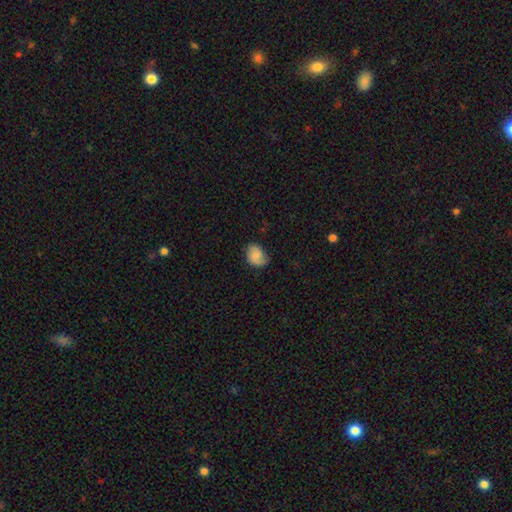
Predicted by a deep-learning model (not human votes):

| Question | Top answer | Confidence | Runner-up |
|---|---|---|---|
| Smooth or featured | smooth | 73% | featured or disk (19%) |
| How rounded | in between | 63% | round (36%) |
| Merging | none | 69% | minor disturbance (25%) |